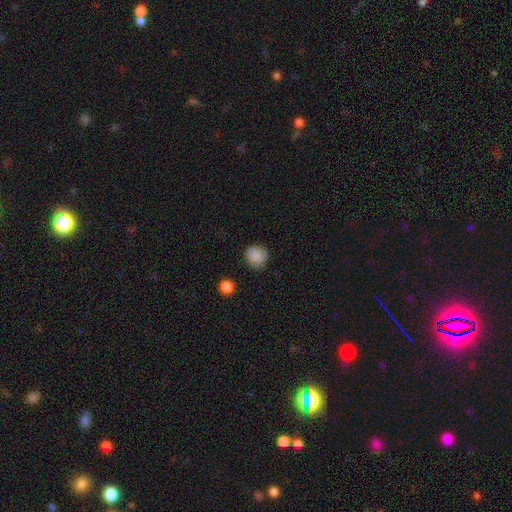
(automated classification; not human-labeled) A smooth galaxy with no disk features (86%) that is round (87%).

Vote fractions:
- Smooth or featured? smooth: 86% / star or artifact: 9% / featured or disk: 5%
- How rounded? round: 87% / in between: 12% / cigar-shaped: 1%
- Merging? none: 76% / minor disturbance: 18% / major disturbance: 4% / merger: 2%